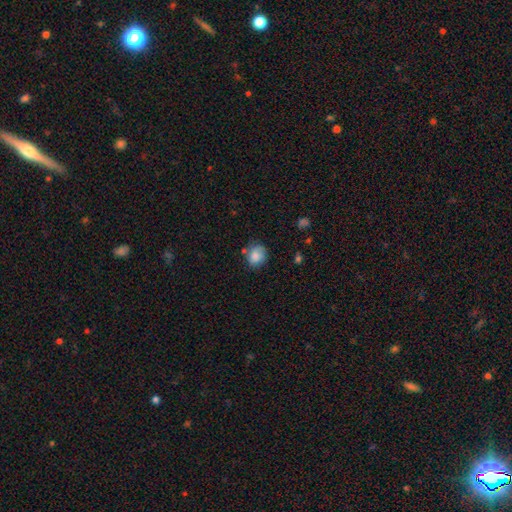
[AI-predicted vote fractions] Smooth or featured?
  - smooth: 79% *
  - featured or disk: 12%
  - star or artifact: 9%
How rounded?
  - round: 62% *
  - in between: 38%
  - cigar-shaped: 1%
Merging?
  - none: 64% *
  - minor disturbance: 25%
  - major disturbance: 7%
  - merger: 4%